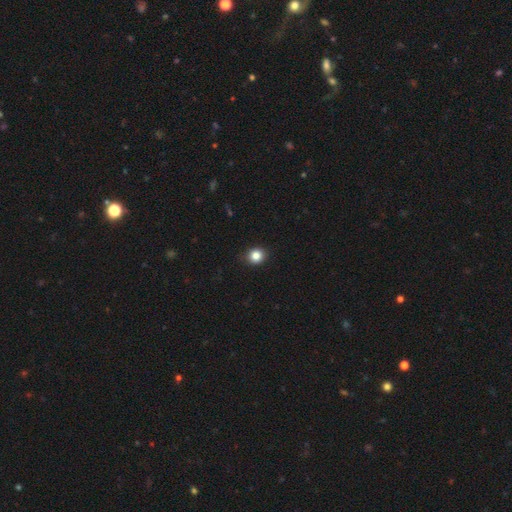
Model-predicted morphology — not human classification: smooth_or_featured: smooth (p=0.84) [alt: star or artifact p=0.11]
how_rounded: round (p=0.82) [alt: in between p=0.17]
merging: none (p=0.89) [alt: minor disturbance p=0.08]